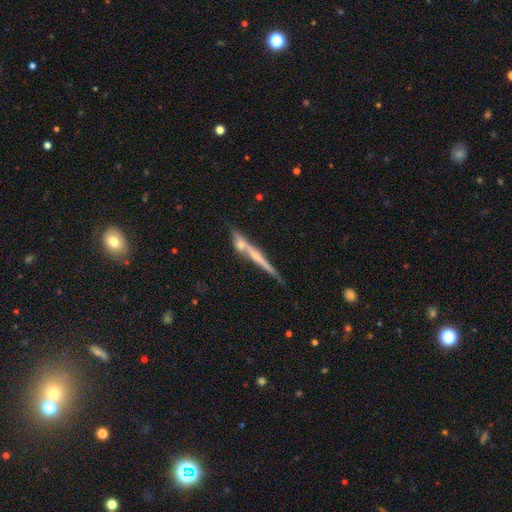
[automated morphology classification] type=featured or disk (63%); edge-on=yes (95%); edge-on bulge=none (51%); merging=none (60%).